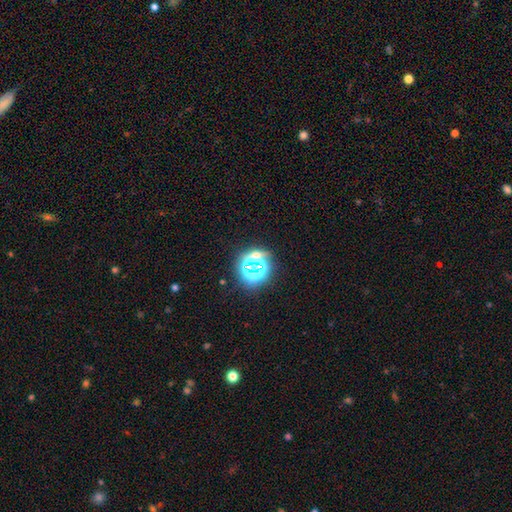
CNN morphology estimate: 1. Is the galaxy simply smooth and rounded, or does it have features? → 68% star or artifact, 22% smooth, 10% featured or disk.